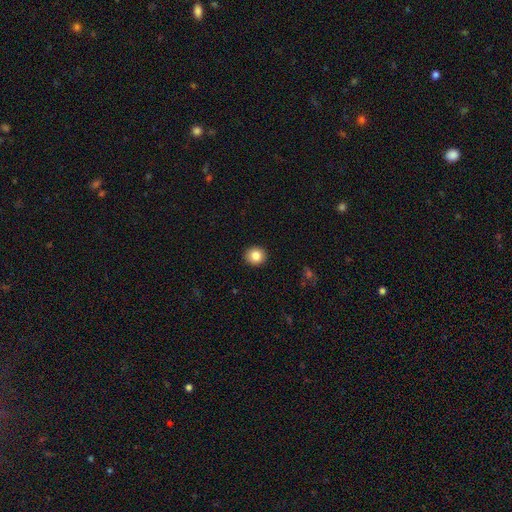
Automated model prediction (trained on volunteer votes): Q: Smooth or featured?
A: smooth (85%); runner-up: star or artifact (9%)
Q: How rounded?
A: round (89%); runner-up: in between (10%)
Q: Merging?
A: none (92%); runner-up: minor disturbance (5%)